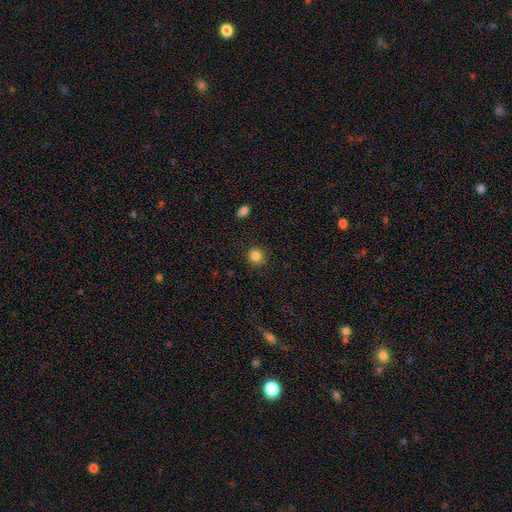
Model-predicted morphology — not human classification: Overall: smooth (84%). How rounded: round (90%). Merging: none (89%).